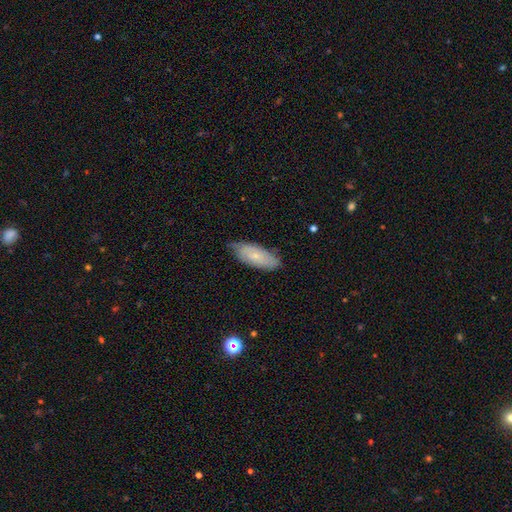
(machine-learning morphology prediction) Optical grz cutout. It shows a smooth galaxy with no disk features (61%) that is in between round and cigar-shaped (79%). Merging: none (68%).